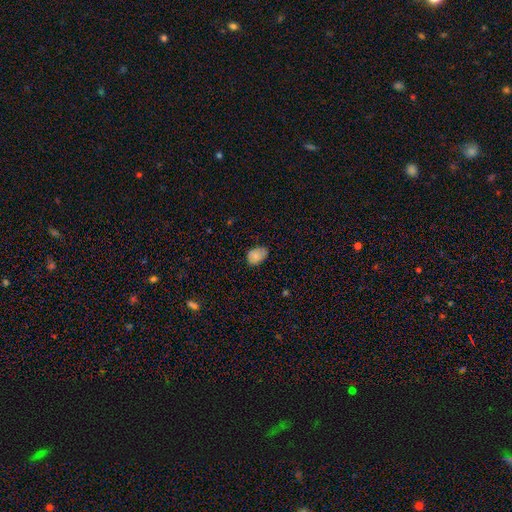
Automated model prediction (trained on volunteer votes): A smooth galaxy with no disk features (83%) that is in between round and cigar-shaped (80%). Merging: none (60%).